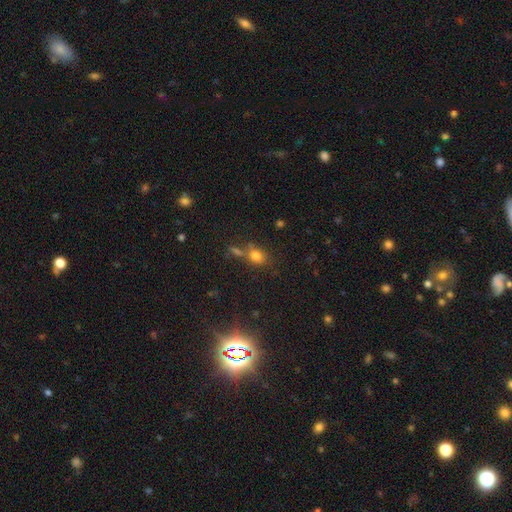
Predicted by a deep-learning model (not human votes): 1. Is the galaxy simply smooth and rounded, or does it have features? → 76% smooth, 15% star or artifact, 8% featured or disk.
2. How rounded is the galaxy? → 54% in between, 44% round, 2% cigar-shaped.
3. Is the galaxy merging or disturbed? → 56% none, 24% merger, 14% minor disturbance, 7% major disturbance.